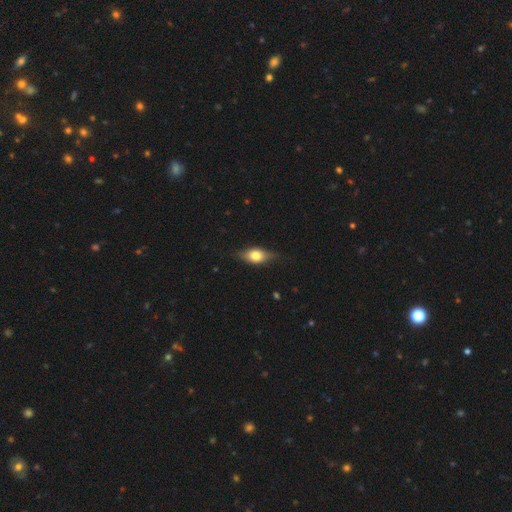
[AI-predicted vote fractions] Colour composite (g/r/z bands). It shows a smooth galaxy with no disk features (60%) that is in between round and cigar-shaped (76%). Merging: none (77%).